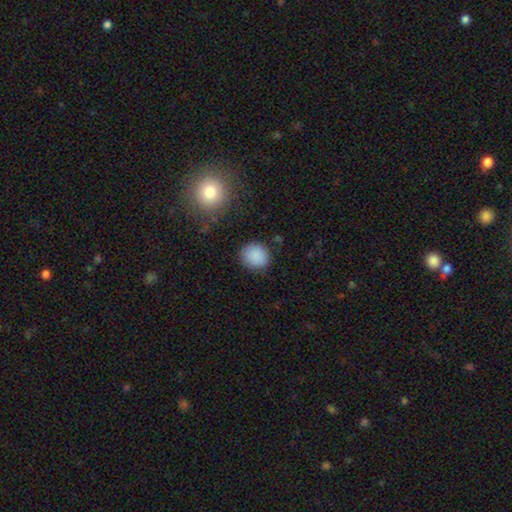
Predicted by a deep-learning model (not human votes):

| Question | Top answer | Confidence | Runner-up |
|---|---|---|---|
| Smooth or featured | smooth | 88% | star or artifact (9%) |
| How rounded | round | 83% | in between (16%) |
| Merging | none | 86% | minor disturbance (10%) |